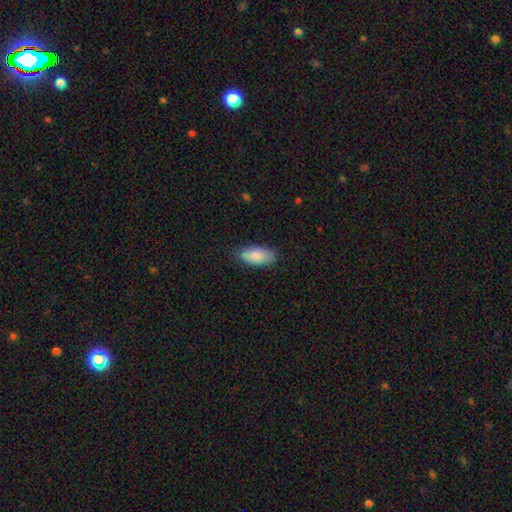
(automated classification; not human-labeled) This appears to be a smooth galaxy with no disk features (85%) that is in between round and cigar-shaped (90%). Merging: none (82%).